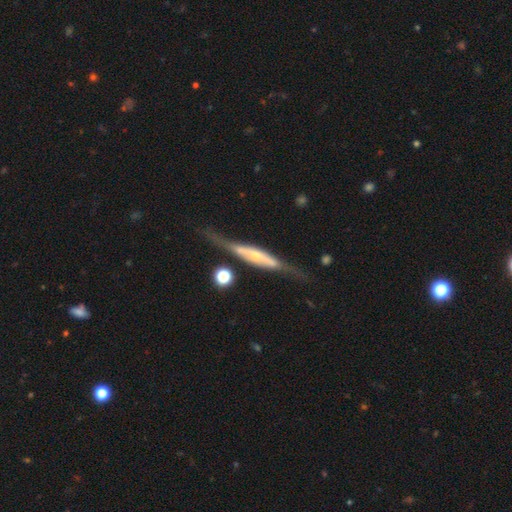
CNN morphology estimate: A featured or disk galaxy (76%) viewed edge-on (85%) with a rounded central bulge (59%).

Vote fractions:
- Smooth or featured? featured or disk: 76% / smooth: 18% / star or artifact: 6%
- Edge-on disk? yes: 85% / no: 15%
- Edge-on bulge? rounded: 59% / boxy: 24% / none: 17%
- Merging? none: 66% / minor disturbance: 20% / major disturbance: 10% / merger: 4%